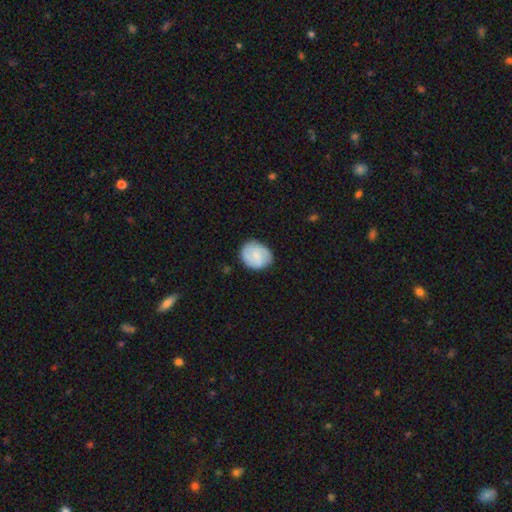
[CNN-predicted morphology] Smooth or featured?
  - smooth: 56% *
  - featured or disk: 37%
  - star or artifact: 7%
How rounded?
  - round: 64% *
  - in between: 35%
  - cigar-shaped: 1%
Merging?
  - none: 79% *
  - minor disturbance: 16%
  - major disturbance: 4%
  - merger: 1%